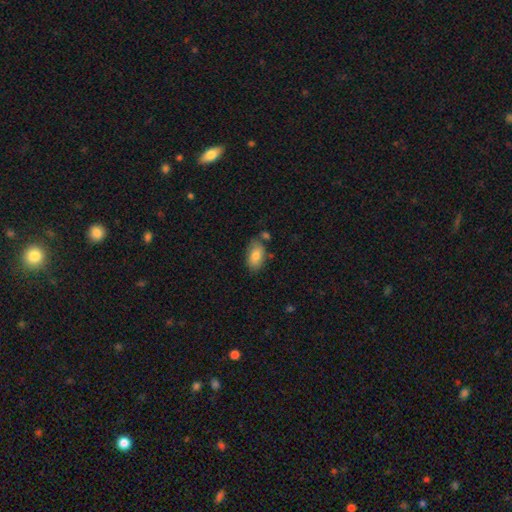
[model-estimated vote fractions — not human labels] smooth-or-featured: smooth: 81% | featured or disk: 12% | star or artifact: 7%
  how-rounded: in between: 92% | round: 6% | cigar-shaped: 2%
  merging: none: 69% | minor disturbance: 18% | merger: 9% | major disturbance: 4%